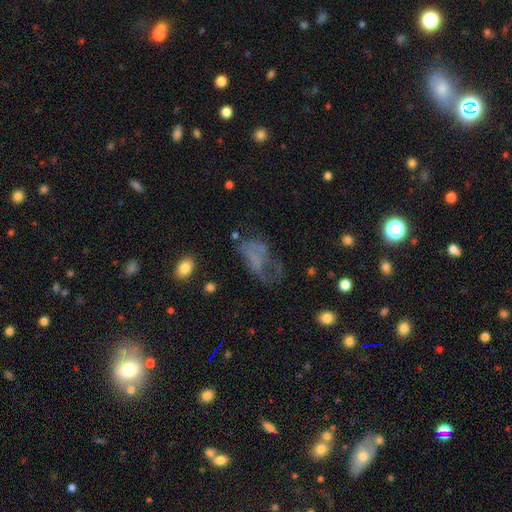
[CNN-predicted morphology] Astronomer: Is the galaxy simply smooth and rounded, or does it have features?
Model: featured or disk — 45% (runner-up: smooth, 35%).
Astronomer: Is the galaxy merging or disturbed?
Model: major disturbance — 45% (runner-up: none, 29%).